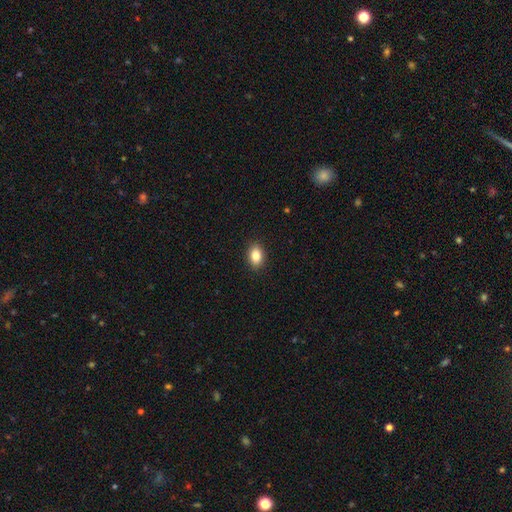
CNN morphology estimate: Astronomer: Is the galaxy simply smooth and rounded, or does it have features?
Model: smooth — 84%.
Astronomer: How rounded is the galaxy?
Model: in between — 80%.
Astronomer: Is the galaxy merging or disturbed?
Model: none — 90%.